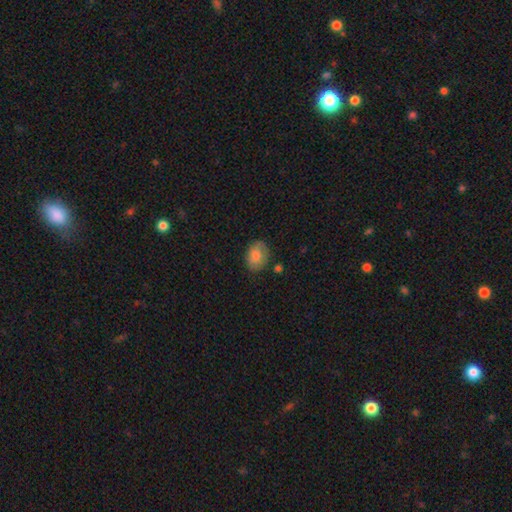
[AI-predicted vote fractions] Overall: smooth (80%). How rounded: in between (73%). Merging: none (73%).